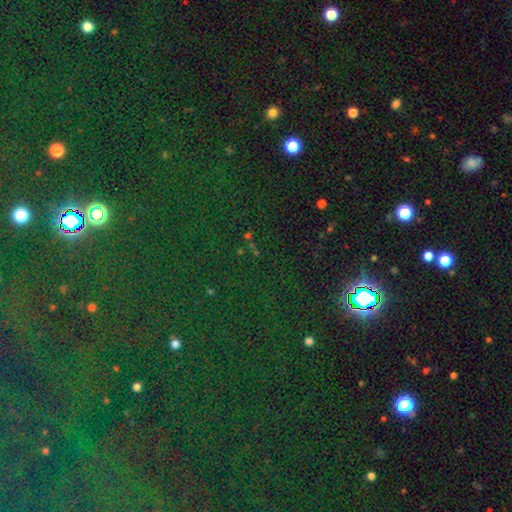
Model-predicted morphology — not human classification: The model was most divided on "smooth or featured": star or artifact: 79%, smooth: 13%, featured or disk: 8%.